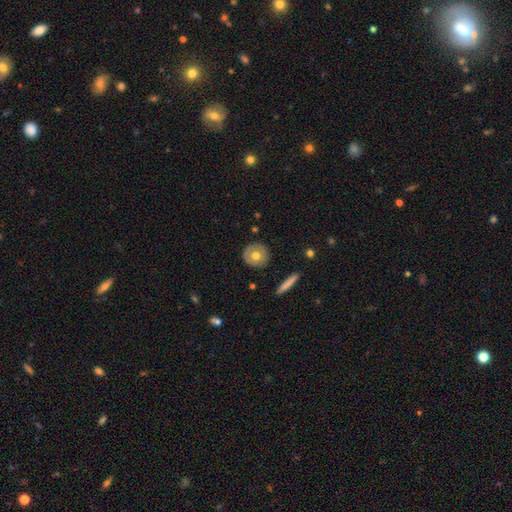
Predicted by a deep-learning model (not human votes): A smooth galaxy with no disk features (56%) that is round (92%). Merging: none (87%).